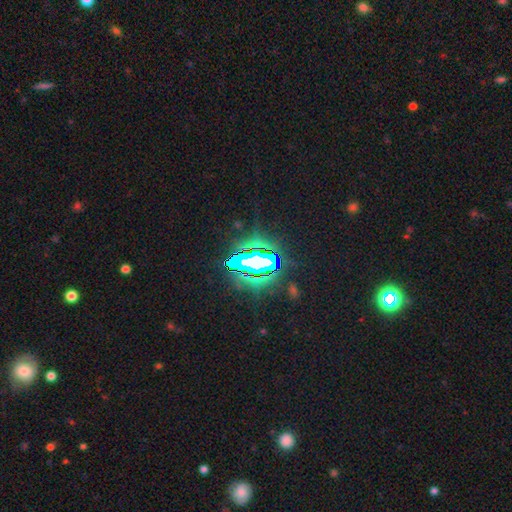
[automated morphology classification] star or artifact 76%, featured or disk 13%, smooth 11%.